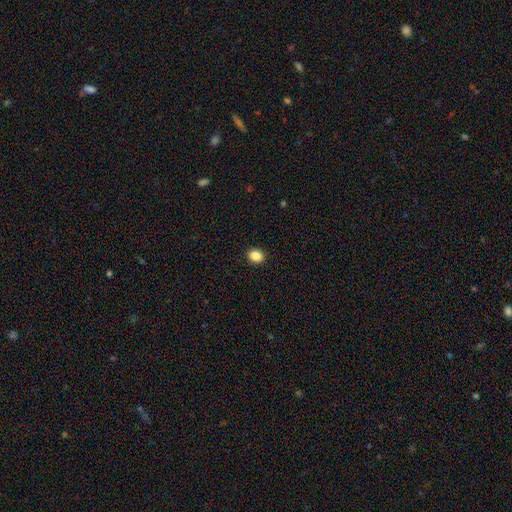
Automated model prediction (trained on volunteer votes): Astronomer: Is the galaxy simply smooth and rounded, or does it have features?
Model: smooth — 87%.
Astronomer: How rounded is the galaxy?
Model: round — 52% (runner-up: in between, 47%).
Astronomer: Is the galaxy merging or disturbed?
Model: none — 92%.